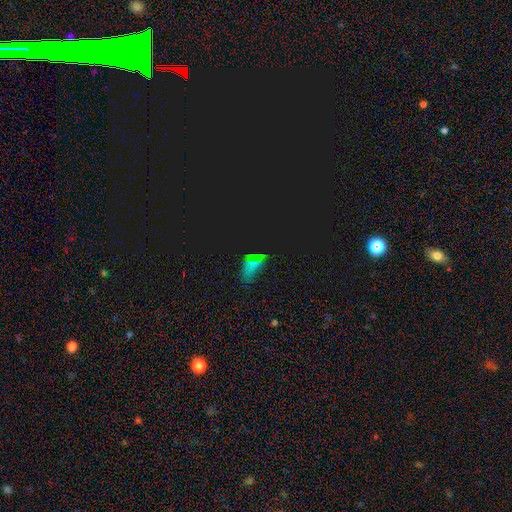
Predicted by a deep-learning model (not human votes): This is likely a star or artifact rather than a galaxy (68%).